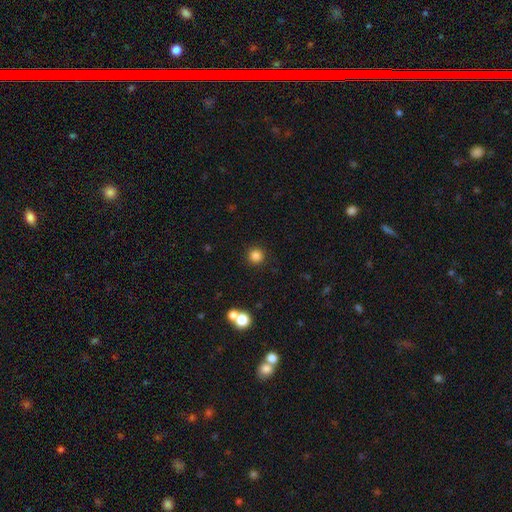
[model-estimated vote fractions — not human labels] smooth 84%, star or artifact 12%, featured or disk 4%. Down the decision tree: how rounded — round (95%); merging — none (91%).